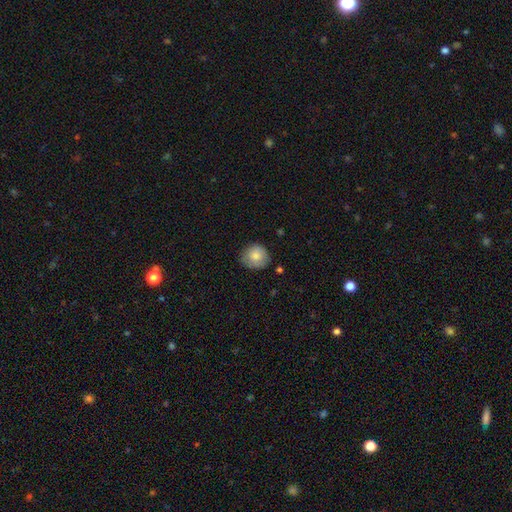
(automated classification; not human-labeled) Smooth or featured? Predicted: smooth (p=0.82). How rounded? Predicted: round (p=0.87). Merging? Predicted: none (p=0.74).